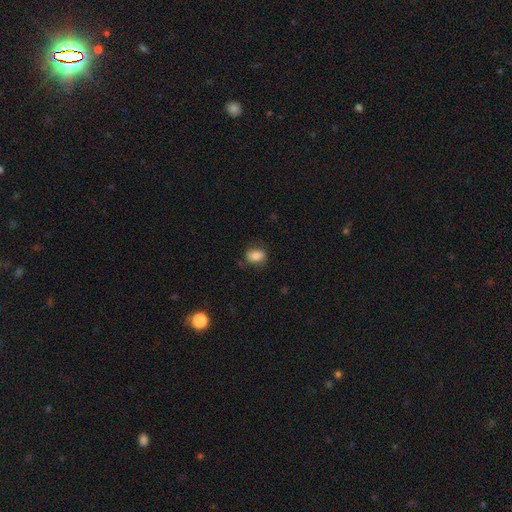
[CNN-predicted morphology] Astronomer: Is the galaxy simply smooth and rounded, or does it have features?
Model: smooth — 79%.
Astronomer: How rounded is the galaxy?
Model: in between — 74%.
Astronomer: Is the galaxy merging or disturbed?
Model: none — 73%.